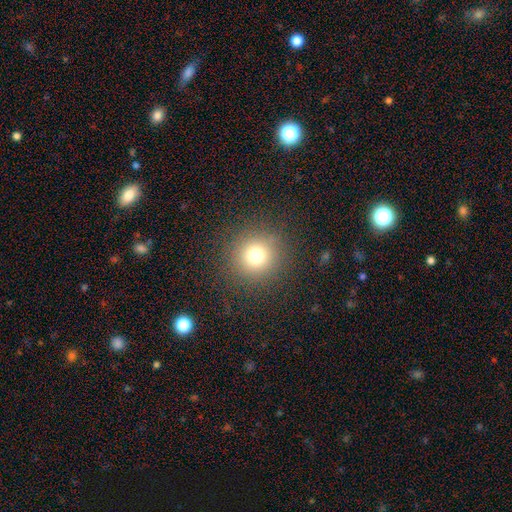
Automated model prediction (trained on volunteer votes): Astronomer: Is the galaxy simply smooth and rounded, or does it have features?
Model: smooth — 73%.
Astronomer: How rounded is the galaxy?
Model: round — 94%.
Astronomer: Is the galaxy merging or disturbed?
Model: none — 89%.